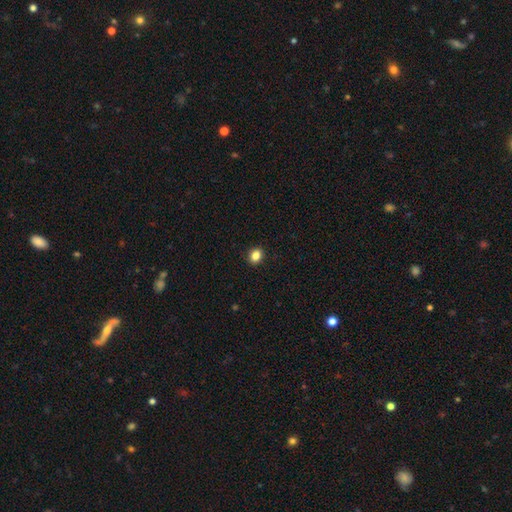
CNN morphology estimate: smooth-or-featured: smooth: 85% | star or artifact: 11% | featured or disk: 5%
  how-rounded: round: 59% | in between: 40% | cigar-shaped: 1%
  merging: none: 91% | minor disturbance: 6% | major disturbance: 2% | merger: 1%